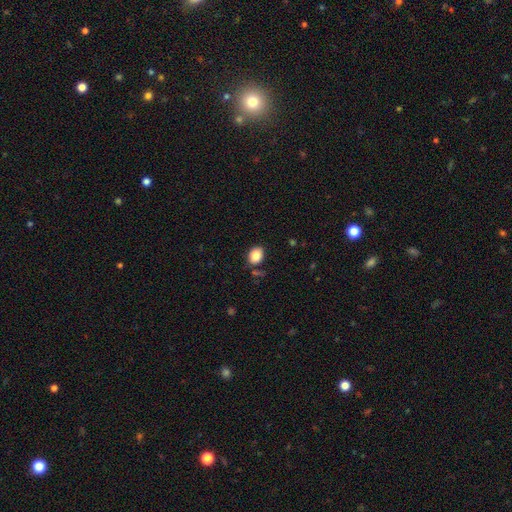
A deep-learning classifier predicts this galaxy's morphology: Q: Smooth or featured?
A: smooth (87%); runner-up: star or artifact (9%)
Q: How rounded?
A: in between (56%); runner-up: round (43%)
Q: Merging?
A: none (79%); runner-up: minor disturbance (13%)